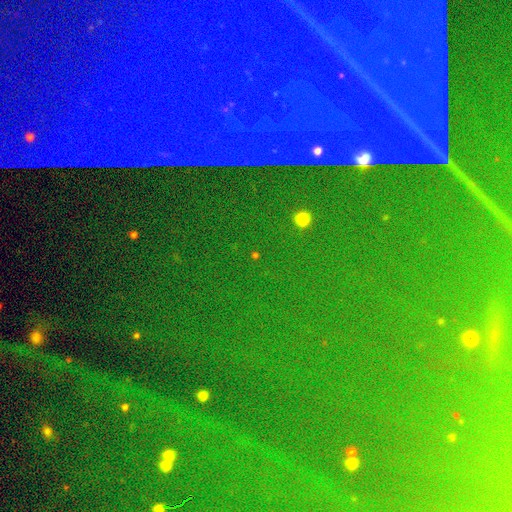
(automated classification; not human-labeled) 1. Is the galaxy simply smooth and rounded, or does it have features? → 69% star or artifact, 20% smooth, 11% featured or disk.